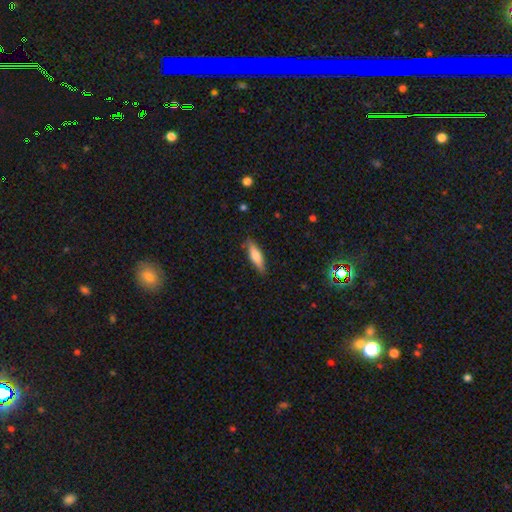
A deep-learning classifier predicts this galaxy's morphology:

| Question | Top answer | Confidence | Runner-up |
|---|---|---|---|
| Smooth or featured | smooth | 70% | featured or disk (24%) |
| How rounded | cigar-shaped | 63% | in between (36%) |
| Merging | none | 86% | minor disturbance (11%) |